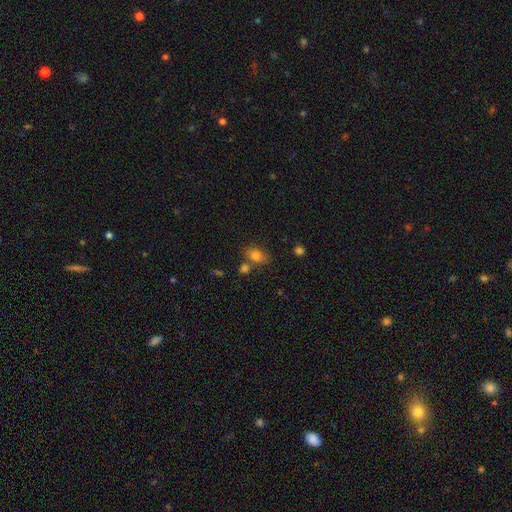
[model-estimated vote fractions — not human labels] Morphology: type=smooth (78%); roundness=in between (73%); merging=none (62%).